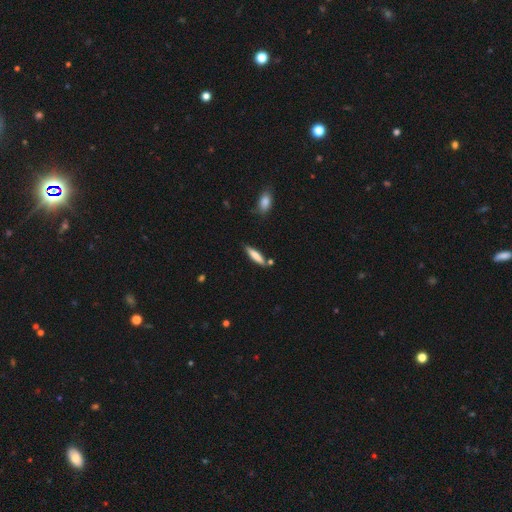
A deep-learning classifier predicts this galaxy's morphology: Smooth or featured? Predicted: smooth (p=0.74). How rounded? Predicted: cigar-shaped (p=0.79). Merging? Predicted: none (p=0.79).